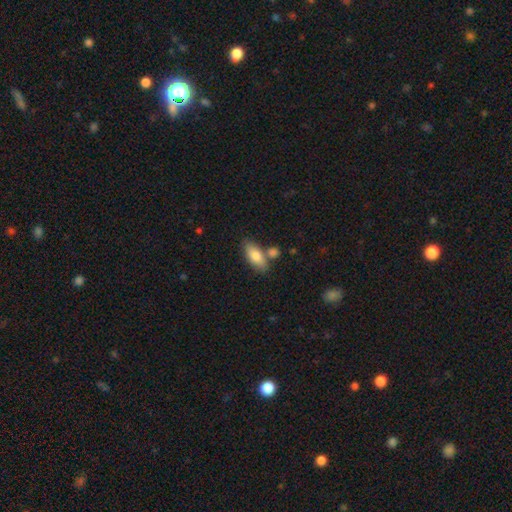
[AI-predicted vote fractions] Overall: smooth (80%). How rounded: in between (85%). Merging: none (66%).